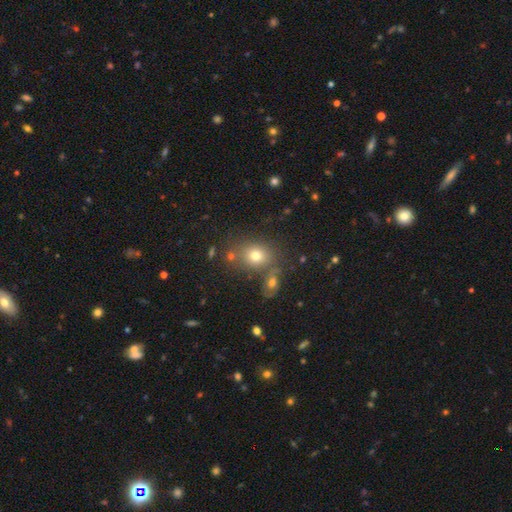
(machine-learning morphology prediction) smooth-or-featured: smooth: 73% | star or artifact: 15% | featured or disk: 12%
  how-rounded: round: 51% | in between: 47% | cigar-shaped: 1%
  merging: none: 66% | merger: 17% | minor disturbance: 12% | major disturbance: 5%